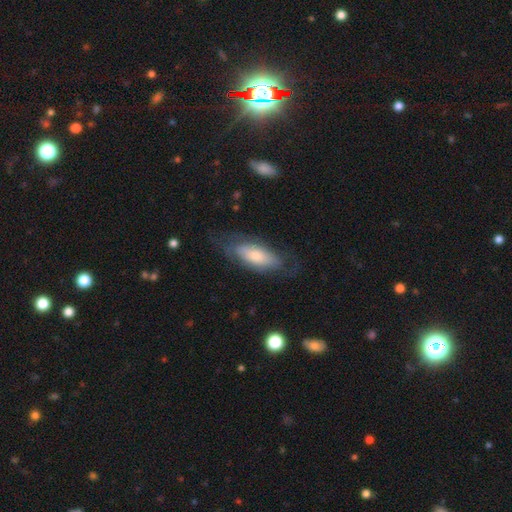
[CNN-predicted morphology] Smooth or featured?
  - smooth: 54% *
  - featured or disk: 39%
  - star or artifact: 6%
How rounded?
  - in between: 79% *
  - cigar-shaped: 18%
  - round: 3%
Merging?
  - none: 63% *
  - minor disturbance: 22%
  - major disturbance: 13%
  - merger: 2%